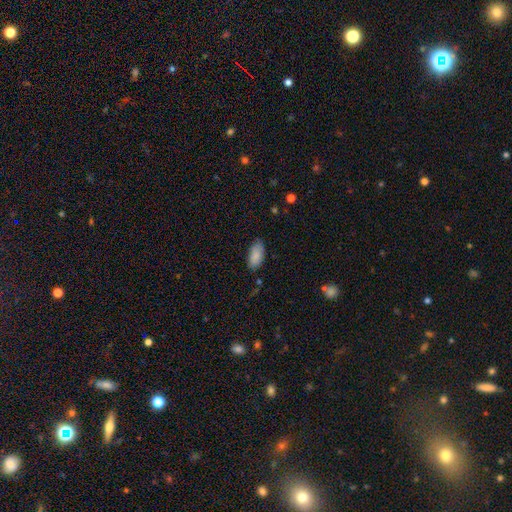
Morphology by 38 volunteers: Q: Smooth or featured?
A: smooth (84%); runner-up: featured or disk (13%)
Q: How rounded?
A: in between (88%); runner-up: round (6%)
Q: Merging?
A: none (70%); runner-up: minor disturbance (30%)